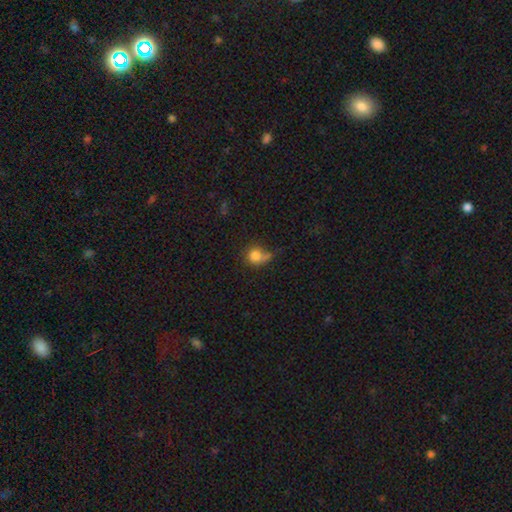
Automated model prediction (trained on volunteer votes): A smooth galaxy with no disk features (79%) that is round (78%). Merging: none (43%).